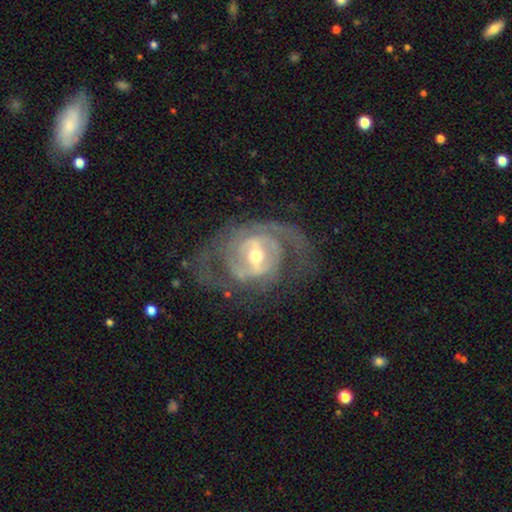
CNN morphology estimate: A featured or disk galaxy (87%) with a weak bar (43%), 2 (59%) medium (44%) spiral arms (87%) and a moderate central bulge (60%).

Vote fractions:
- Smooth or featured? featured or disk: 87% / smooth: 8% / star or artifact: 5%
- Edge-on disk? no: 96% / yes: 4%
- Bar? weak: 43% / strong: 36% / no: 21%
- Spiral arms? yes: 87% / no: 13%
- Spiral winding? medium: 44% / tight: 40% / loose: 17%
- Spiral arm count? 2: 59% / can't tell: 20% / 3: 9% / 1: 6% / 4: 3% / more than 4: 3%
- Bulge size? moderate: 60% / small: 34% / large: 4% / none: 1% / dominant: 1%
- Merging? none: 61% / major disturbance: 20% / minor disturbance: 17% / merger: 2%